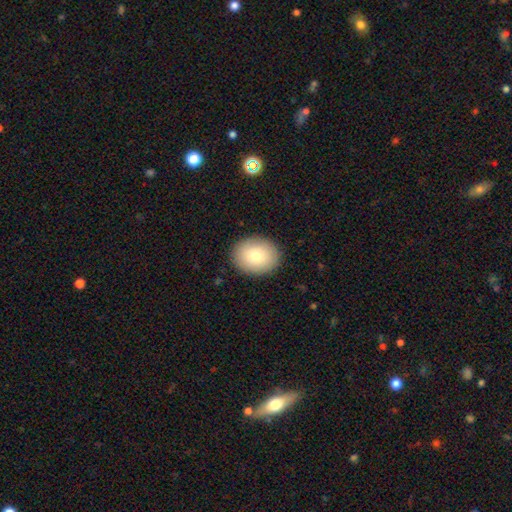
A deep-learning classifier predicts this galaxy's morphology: smooth-or-featured: smooth: 80% | featured or disk: 12% | star or artifact: 8%
  how-rounded: in between: 51% | round: 49% | cigar-shaped: 1%
  merging: none: 90% | minor disturbance: 7% | major disturbance: 2% | merger: 1%